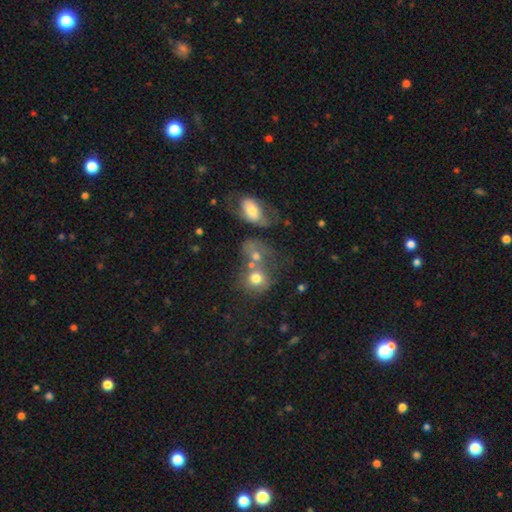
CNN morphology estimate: This appears to be a smooth galaxy with no disk features (65%) that is round (60%). Merging: merger (53%).